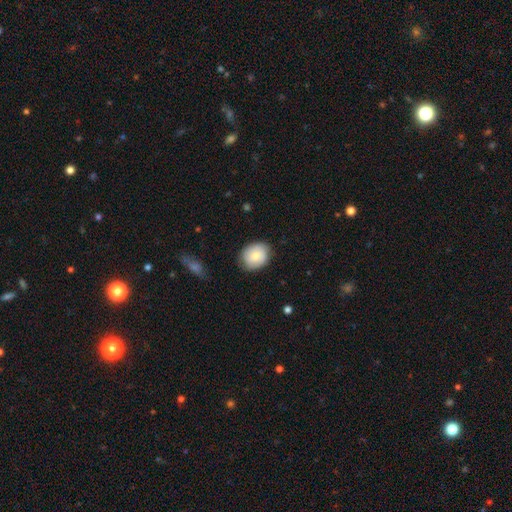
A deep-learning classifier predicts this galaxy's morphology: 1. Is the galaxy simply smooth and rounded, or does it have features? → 71% smooth, 23% featured or disk, 7% star or artifact.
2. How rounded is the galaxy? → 53% round, 46% in between, 1% cigar-shaped.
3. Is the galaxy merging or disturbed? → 79% none, 16% minor disturbance, 3% major disturbance, 1% merger.